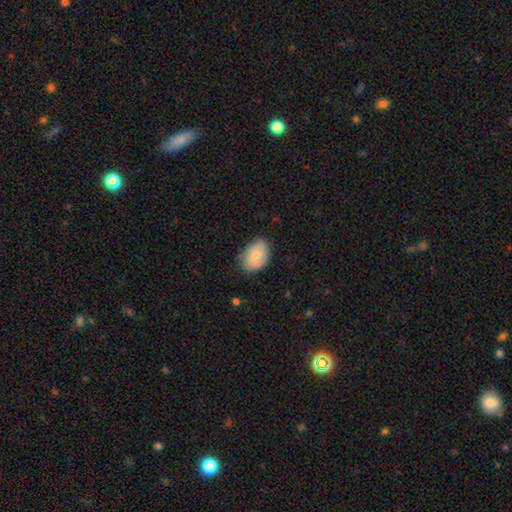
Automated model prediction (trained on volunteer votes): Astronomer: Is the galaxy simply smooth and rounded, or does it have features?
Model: smooth — 58% (runner-up: featured or disk, 35%).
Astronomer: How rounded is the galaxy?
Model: in between — 78%.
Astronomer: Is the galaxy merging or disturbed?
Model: none — 69%.